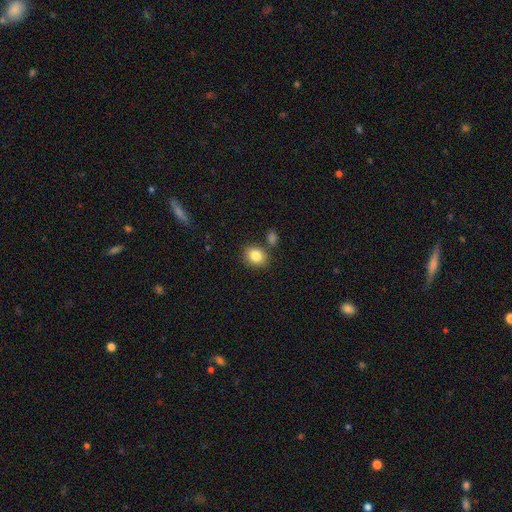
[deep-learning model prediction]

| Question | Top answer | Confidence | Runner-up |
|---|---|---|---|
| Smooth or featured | smooth | 84% | star or artifact (9%) |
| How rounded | round | 51% | in between (48%) |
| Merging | none | 76% | minor disturbance (11%) |